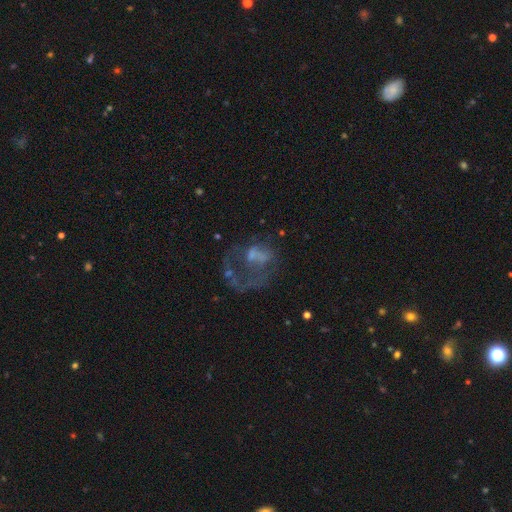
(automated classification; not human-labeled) This appears to be a featured or disk galaxy (54%) with no bar (84%), no spiral arms (78%) and no central bulge (54%). Merging: major disturbance (49%).